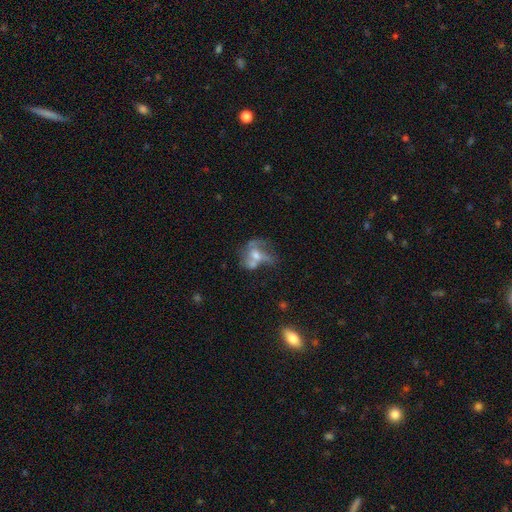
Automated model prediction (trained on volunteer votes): A featured or disk galaxy (53%) with no bar (73%), no spiral arms (63%) and a moderate central bulge (55%). Merging: merger (37%).